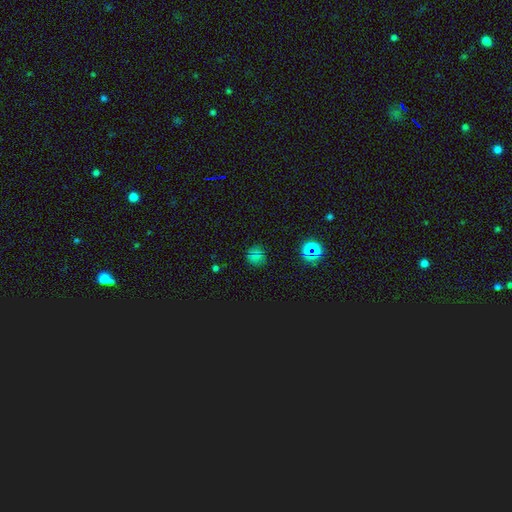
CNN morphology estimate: type=smooth (63%); roundness=round (89%); merging=none (84%).